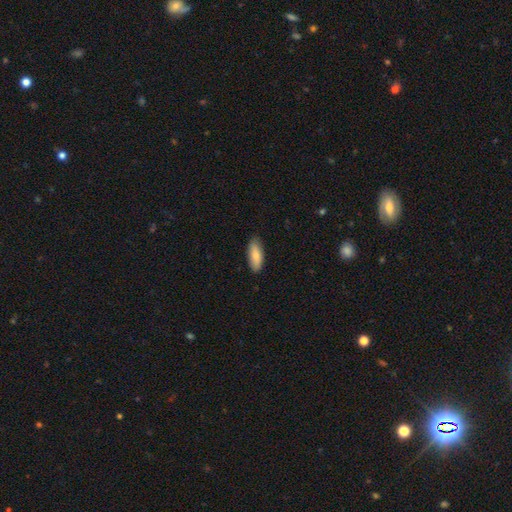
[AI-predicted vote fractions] Q: Smooth or featured?
A: smooth (83%); runner-up: featured or disk (12%)
Q: How rounded?
A: in between (72%); runner-up: cigar-shaped (26%)
Q: Merging?
A: none (86%); runner-up: minor disturbance (11%)